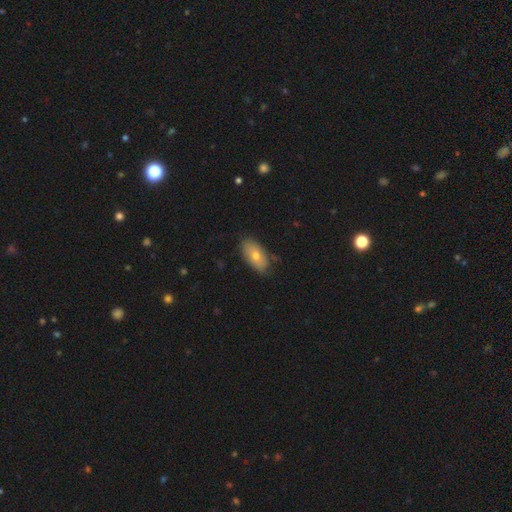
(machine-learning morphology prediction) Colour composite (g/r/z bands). It shows a smooth galaxy with no disk features (69%) that is in between round and cigar-shaped (92%). Merging: none (73%).